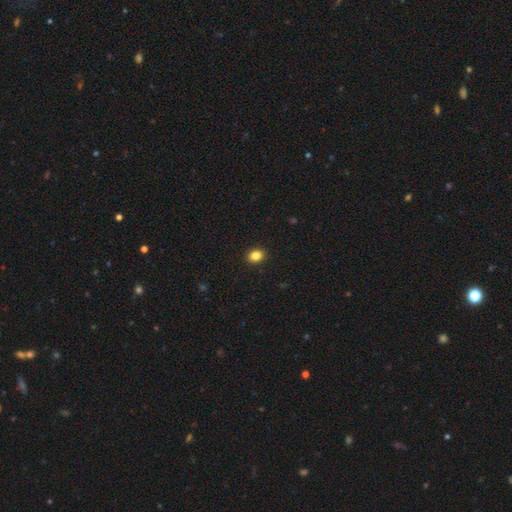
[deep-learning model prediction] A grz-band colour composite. It shows a smooth galaxy with no disk features (85%) that is in between round and cigar-shaped (53%). Merging: none (92%).